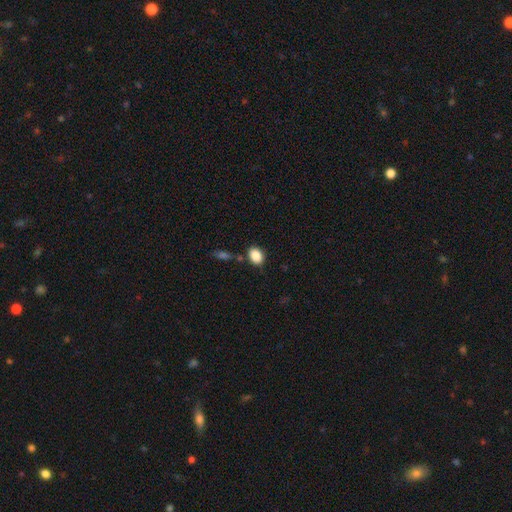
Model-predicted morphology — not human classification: smooth 87%, star or artifact 8%, featured or disk 4%. Down the decision tree: how rounded — in between (73%); merging — none (78%).